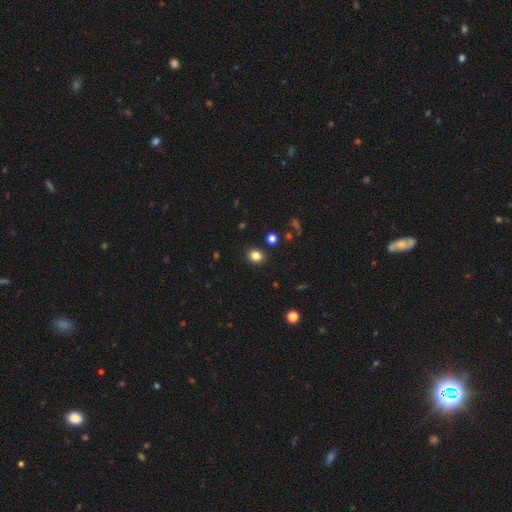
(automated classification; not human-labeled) This appears to be a smooth galaxy with no disk features (83%) that is round (77%). Merging: none (90%).